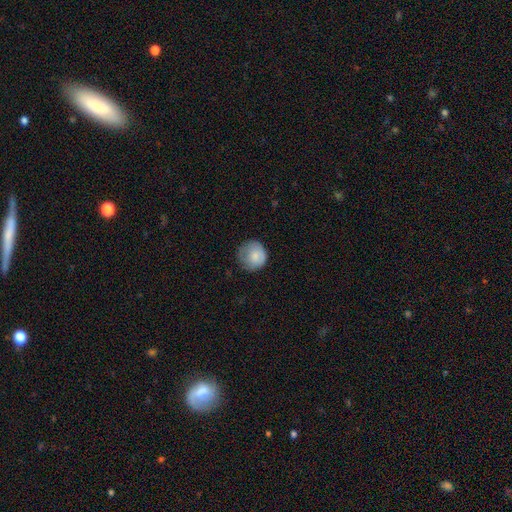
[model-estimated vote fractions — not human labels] The model was most divided on "merging": none: 63%, minor disturbance: 26%, major disturbance: 10%, merger: 1%. More confident: how rounded — round (89%); smooth or featured — smooth (80%).